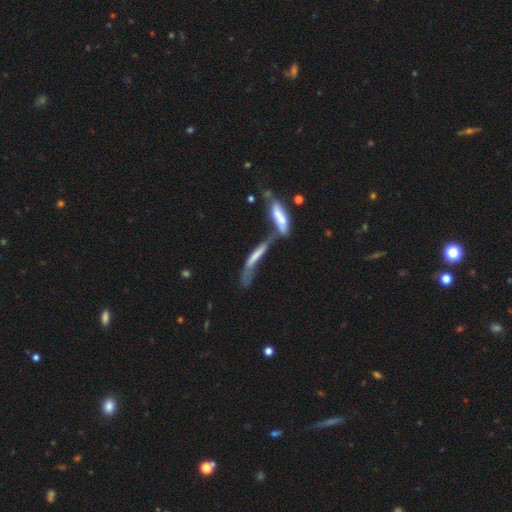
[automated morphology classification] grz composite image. It shows a smooth galaxy with no disk features (51%) that is cigar-shaped (83%). Merging: merger (62%).